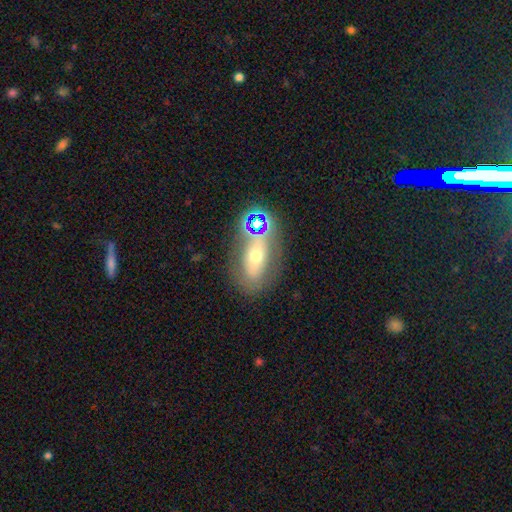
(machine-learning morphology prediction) smooth_or_featured: smooth (p=0.45) [alt: featured or disk p=0.36]
merging: none (p=0.61) [alt: minor disturbance p=0.17]